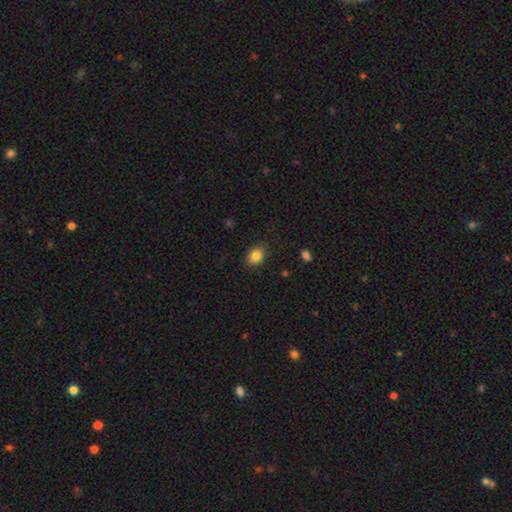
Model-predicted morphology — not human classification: This is clearly a smooth galaxy (85%). How rounded: likely in between (64%). Merging: clearly none (86%).